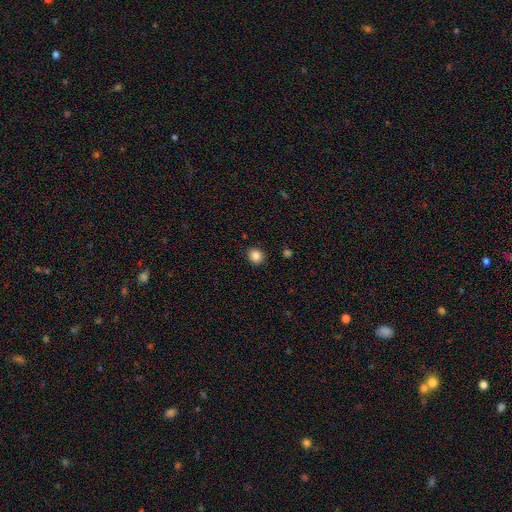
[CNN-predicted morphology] This is clearly a smooth galaxy (85%). How rounded: clearly round (81%). Merging: clearly none (91%).